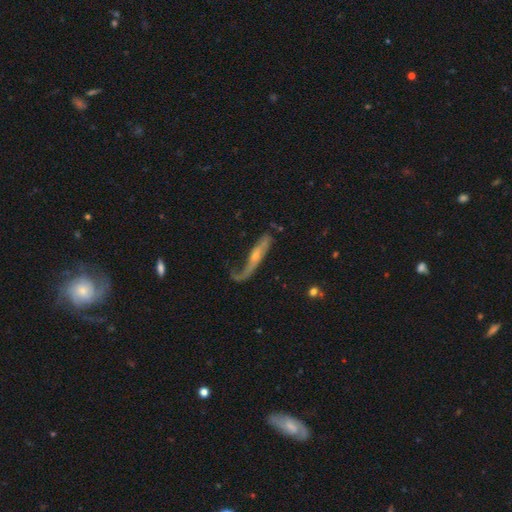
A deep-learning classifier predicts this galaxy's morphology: A featured or disk galaxy (71%).

Vote fractions:
- Smooth or featured? featured or disk: 71% / smooth: 22% / star or artifact: 7%
- Edge-on disk? no: 53% / yes: 47%
- Merging? none: 39% / major disturbance: 32% / minor disturbance: 24% / merger: 5%